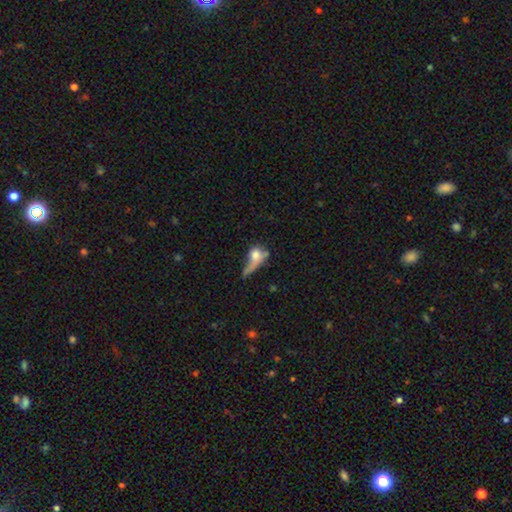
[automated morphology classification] A smooth galaxy with no disk features (61%) that is in between round and cigar-shaped (53%). Merging: major disturbance (42%).